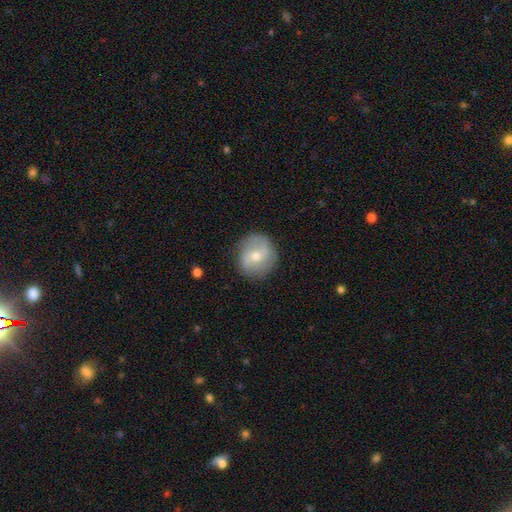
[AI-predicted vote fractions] Smooth or featured? featured or disk (52%)
Edge-on disk? no (97%)
Bar? weak (47%)
Spiral arms? yes (80%)
Bulge size? moderate (57%)
Merging? none (81%)